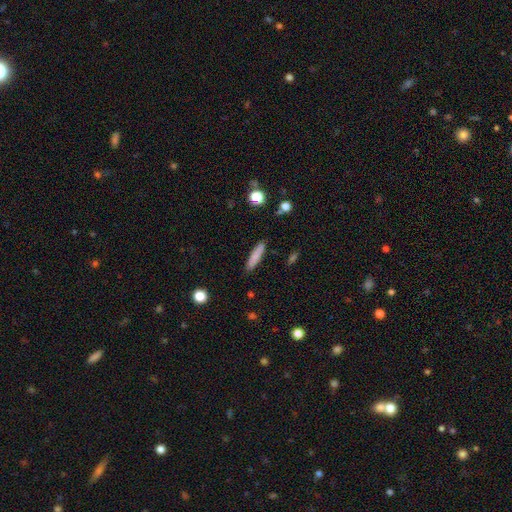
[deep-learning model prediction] Smooth or featured? smooth (81%)
How rounded? cigar-shaped (86%)
Merging? none (88%)